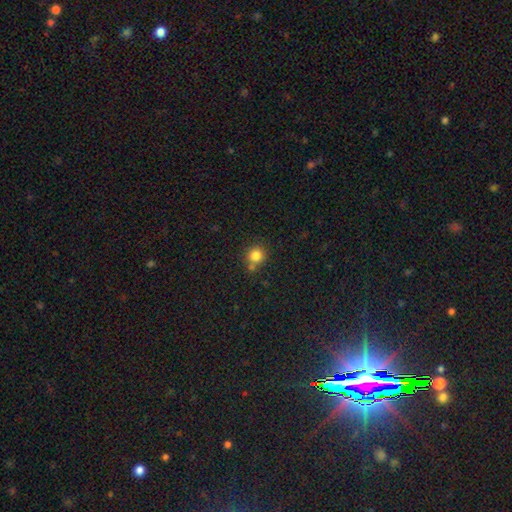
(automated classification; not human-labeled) This appears to be a smooth galaxy with no disk features (82%) that is round (90%). Merging: none (69%).